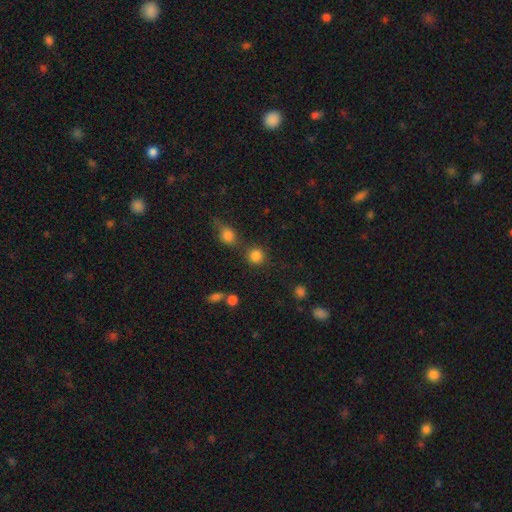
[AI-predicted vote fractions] This is clearly a smooth galaxy (83%). How rounded: clearly round (89%). Merging: likely none (69%).